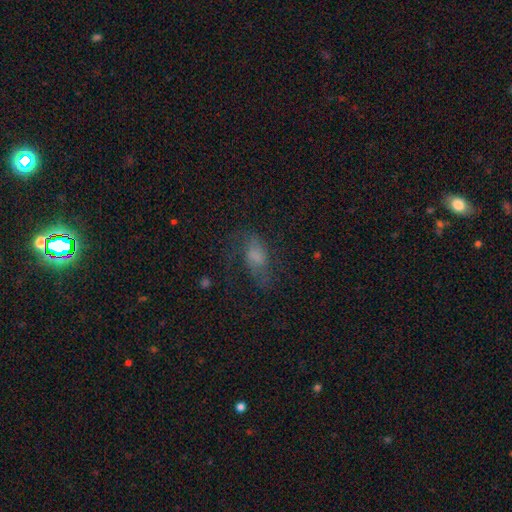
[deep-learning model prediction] Q: Smooth or featured?
A: smooth (47%); runner-up: featured or disk (38%)
Q: Merging?
A: none (48%); runner-up: major disturbance (28%)